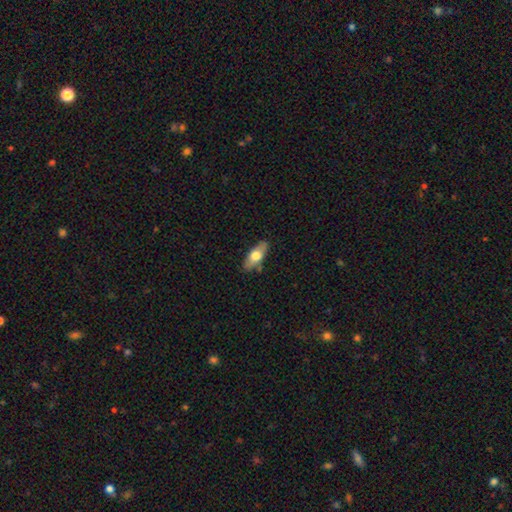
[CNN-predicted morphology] A smooth galaxy with no disk features (62%) that is in between round and cigar-shaped (80%).

Vote fractions:
- Smooth or featured? smooth: 62% / featured or disk: 32% / star or artifact: 6%
- How rounded? in between: 80% / cigar-shaped: 16% / round: 3%
- Merging? none: 82% / minor disturbance: 13% / major disturbance: 2% / merger: 2%